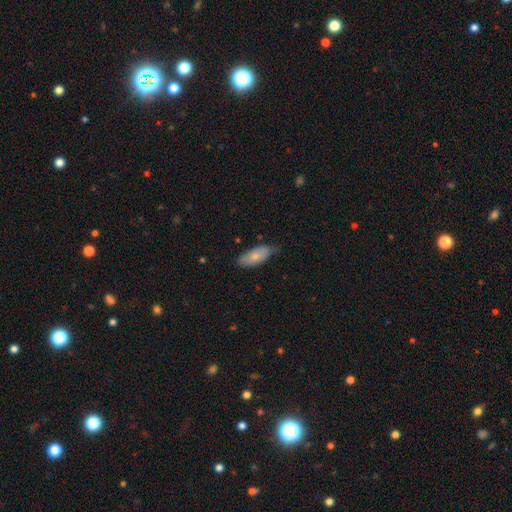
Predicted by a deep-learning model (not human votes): This is likely a smooth galaxy (75%). How rounded: clearly in between (86%). Merging: likely none (64%).